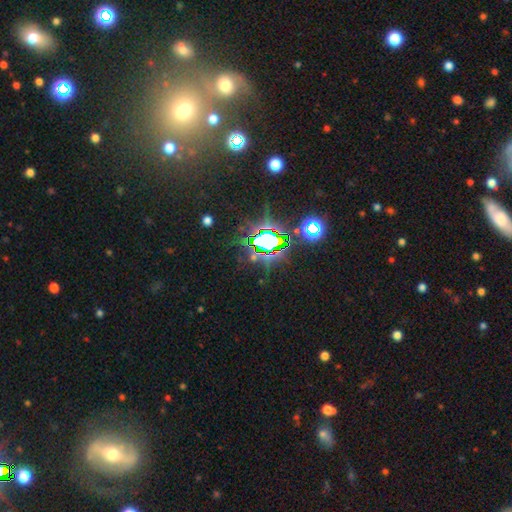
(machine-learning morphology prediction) The model was most divided on "smooth or featured": star or artifact: 80%, smooth: 11%, featured or disk: 9%.